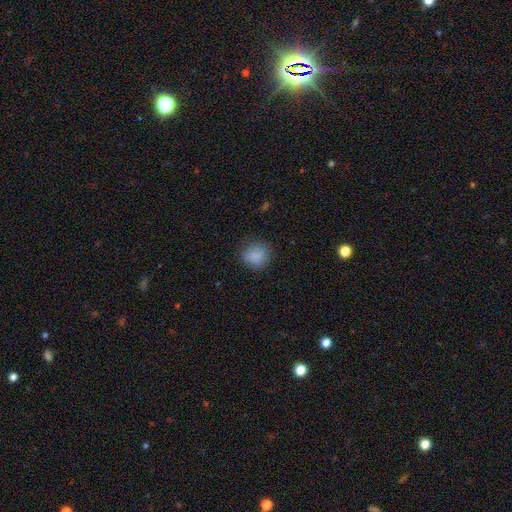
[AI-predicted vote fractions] This is clearly a smooth galaxy (87%). How rounded: clearly round (83%). Merging: clearly none (83%).